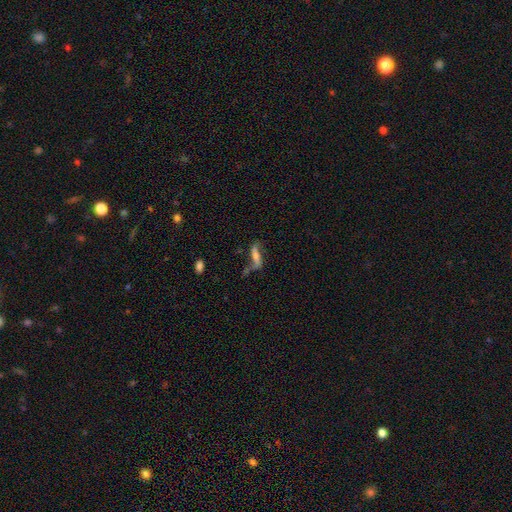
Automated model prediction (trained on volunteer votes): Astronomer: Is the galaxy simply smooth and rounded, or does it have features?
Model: featured or disk — 59%.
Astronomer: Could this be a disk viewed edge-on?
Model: no — 70%.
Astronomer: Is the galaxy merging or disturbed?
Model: none — 50%.